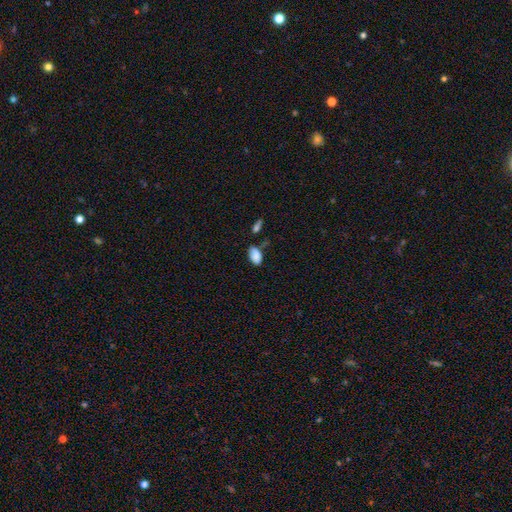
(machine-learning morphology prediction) Smooth or featured? Predicted: smooth (p=0.87). How rounded? Predicted: in between (p=0.94). Merging? Predicted: none (p=0.65).